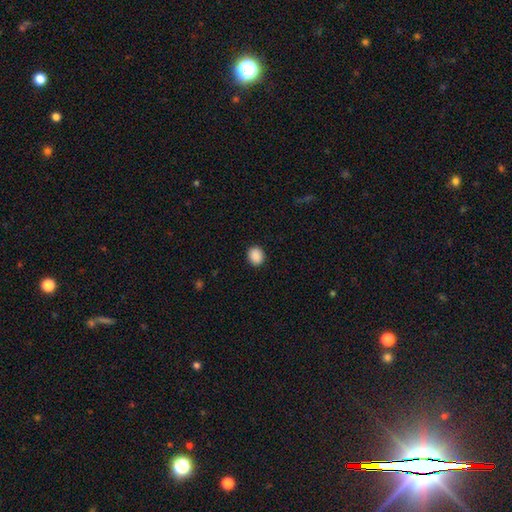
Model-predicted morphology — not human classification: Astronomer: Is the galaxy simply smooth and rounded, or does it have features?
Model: smooth — 89%.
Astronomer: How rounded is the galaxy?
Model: round — 65%.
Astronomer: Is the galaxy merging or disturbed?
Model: none — 90%.